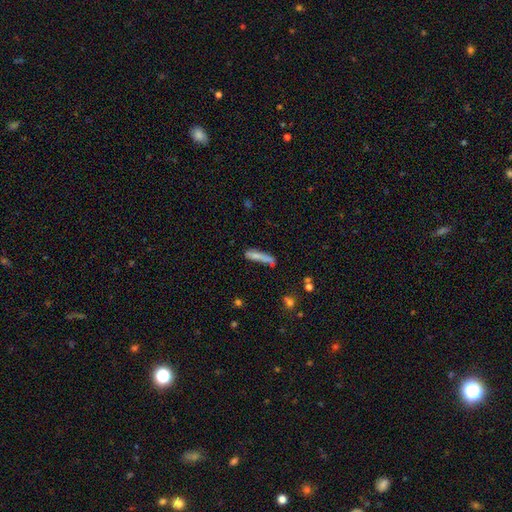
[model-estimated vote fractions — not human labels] Q: Smooth or featured?
A: smooth (69%); runner-up: featured or disk (22%)
Q: How rounded?
A: cigar-shaped (87%); runner-up: in between (11%)
Q: Merging?
A: none (52%); runner-up: minor disturbance (26%)